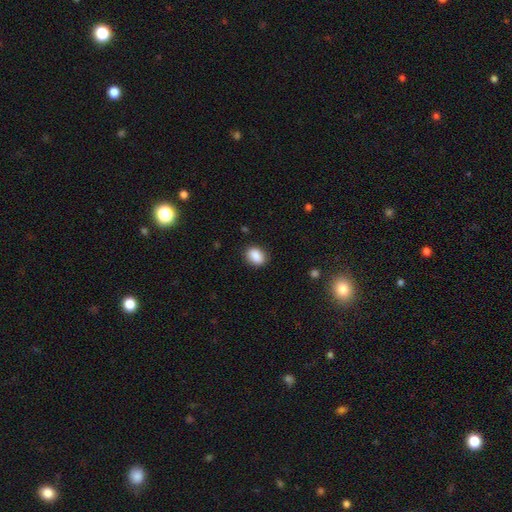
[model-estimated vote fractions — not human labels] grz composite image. It shows a smooth galaxy with no disk features (88%) that is in between round and cigar-shaped (71%). Merging: none (84%).